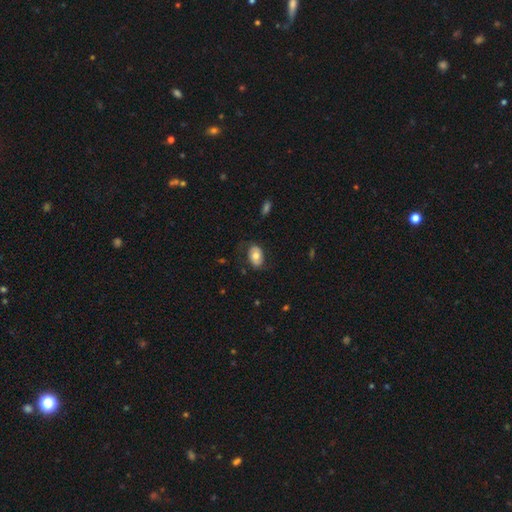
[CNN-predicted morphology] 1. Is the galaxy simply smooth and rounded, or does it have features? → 65% smooth, 28% featured or disk, 7% star or artifact.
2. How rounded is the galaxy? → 85% in between, 14% round, 1% cigar-shaped.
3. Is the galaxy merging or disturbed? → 73% none, 17% minor disturbance, 9% major disturbance, 1% merger.